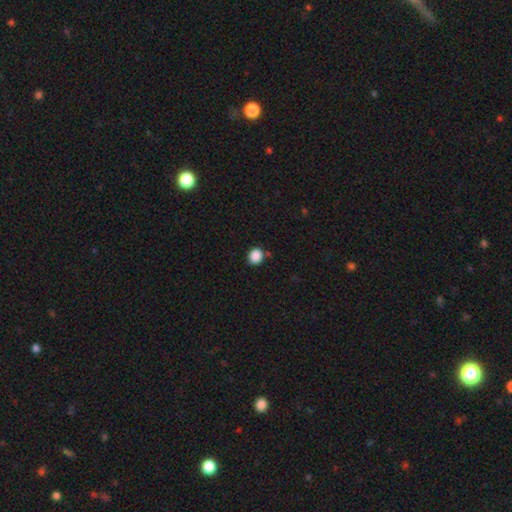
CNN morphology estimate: type=smooth (88%); roundness=round (80%); merging=none (84%).